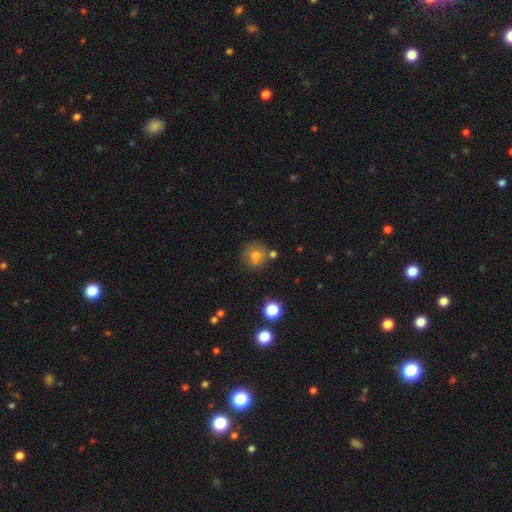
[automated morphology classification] Smooth or featured?
  - smooth: 72% *
  - featured or disk: 15%
  - star or artifact: 14%
How rounded?
  - round: 91% *
  - in between: 8%
  - cigar-shaped: 1%
Merging?
  - none: 72% *
  - merger: 13%
  - minor disturbance: 12%
  - major disturbance: 4%